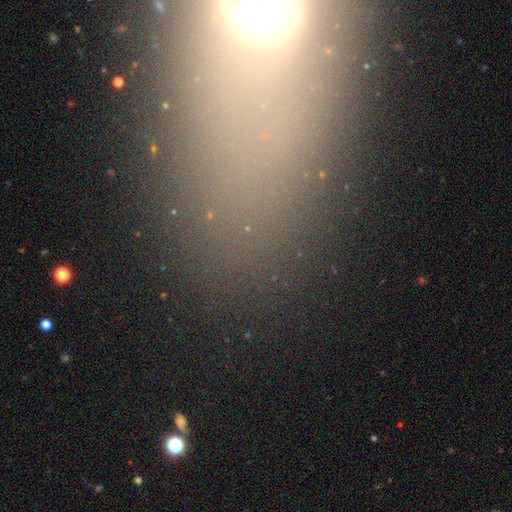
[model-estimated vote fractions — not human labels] Overall: star or artifact (60%; smooth 24%).